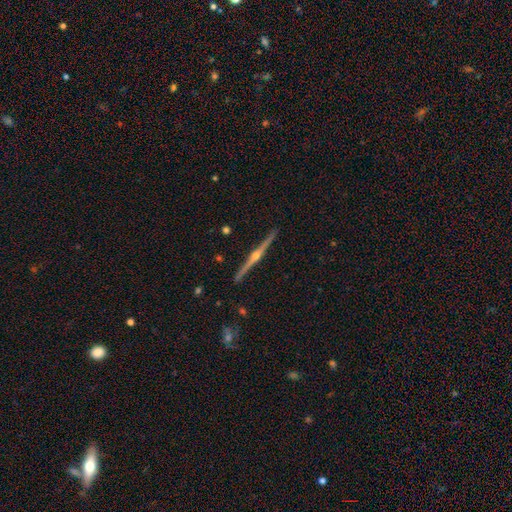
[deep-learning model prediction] The model was most divided on "smooth or featured": featured or disk: 89%, smooth: 6%, star or artifact: 5%. More confident: edge-on disk — yes (99%); edge-on bulge — rounded (94%); merging — none (93%).